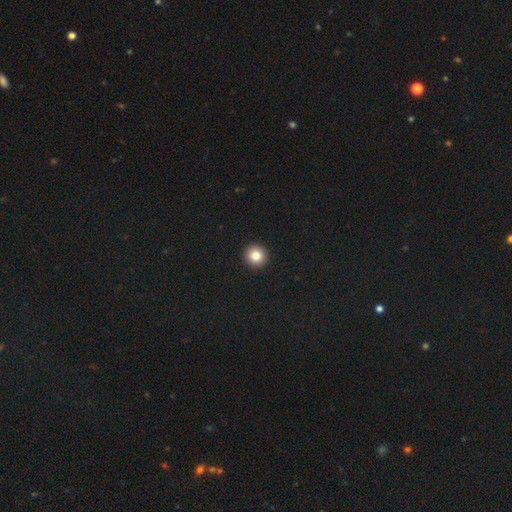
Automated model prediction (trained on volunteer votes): Smooth or featured? smooth (83%)
How rounded? round (95%)
Merging? none (94%)